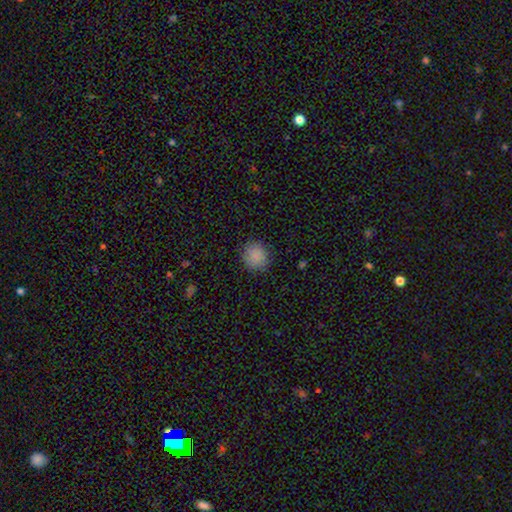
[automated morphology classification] Overall: smooth (86%). How rounded: round (88%). Merging: none (86%).